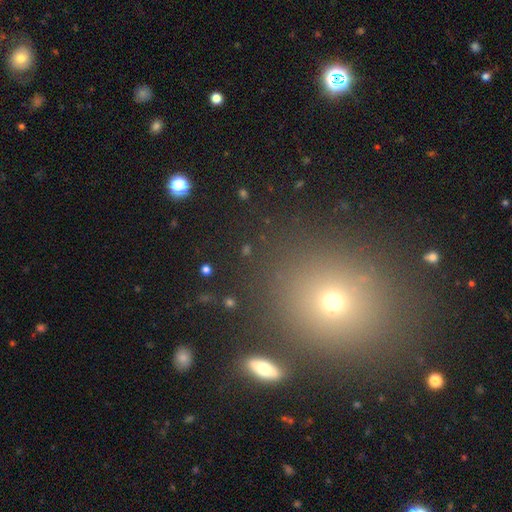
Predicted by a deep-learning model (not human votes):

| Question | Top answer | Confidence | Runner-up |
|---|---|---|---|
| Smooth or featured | smooth | 53% | star or artifact (37%) |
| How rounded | round | 71% | in between (26%) |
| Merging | none | 84% | minor disturbance (8%) |